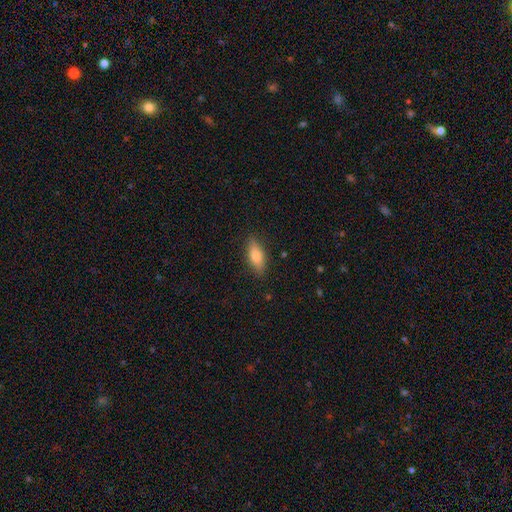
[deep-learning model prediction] Morphology: type=smooth (74%); roundness=in between (68%); merging=none (85%).